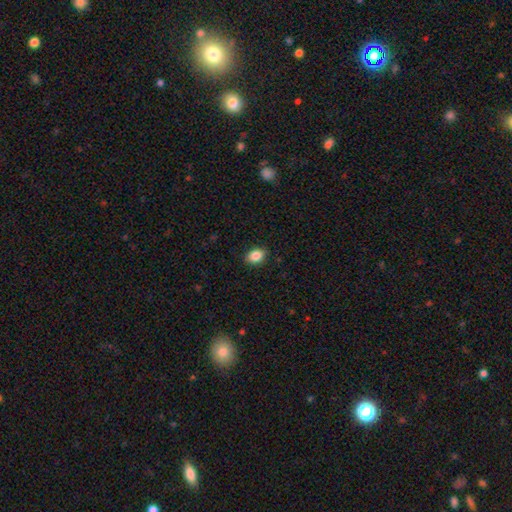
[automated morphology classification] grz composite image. It shows a smooth galaxy with no disk features (86%) that is in between round and cigar-shaped (70%). Merging: none (88%).